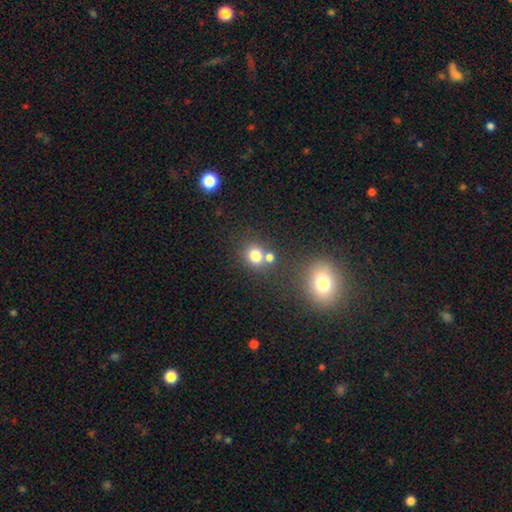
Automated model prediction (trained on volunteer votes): smooth-or-featured: smooth: 77% | star or artifact: 14% | featured or disk: 9%
  how-rounded: round: 77% | in between: 22% | cigar-shaped: 1%
  merging: none: 53% | merger: 34% | minor disturbance: 9% | major disturbance: 4%